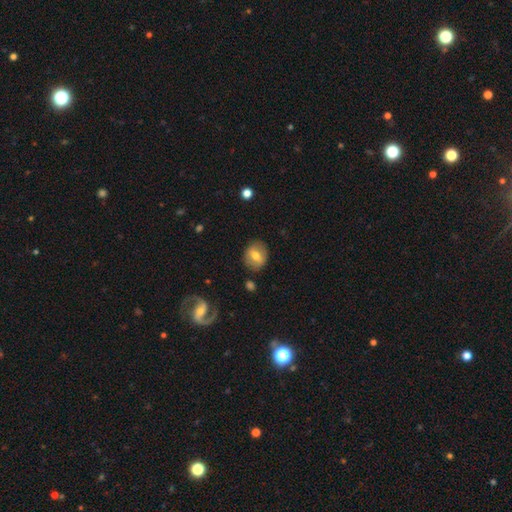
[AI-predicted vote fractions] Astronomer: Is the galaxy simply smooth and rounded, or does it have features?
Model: smooth — 57% (runner-up: featured or disk, 35%).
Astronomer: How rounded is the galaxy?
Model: round — 60% (runner-up: in between, 39%).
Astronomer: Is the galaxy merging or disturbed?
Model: none — 83%.